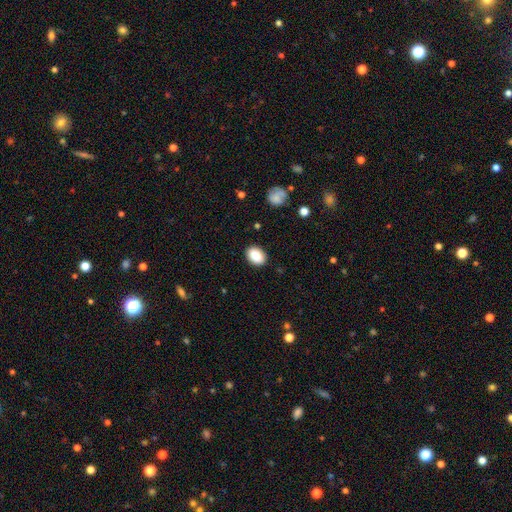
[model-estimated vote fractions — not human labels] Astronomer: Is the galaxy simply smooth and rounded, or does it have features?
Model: smooth — 88%.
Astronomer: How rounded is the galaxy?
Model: in between — 74%.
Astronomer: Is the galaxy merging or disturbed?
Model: none — 89%.